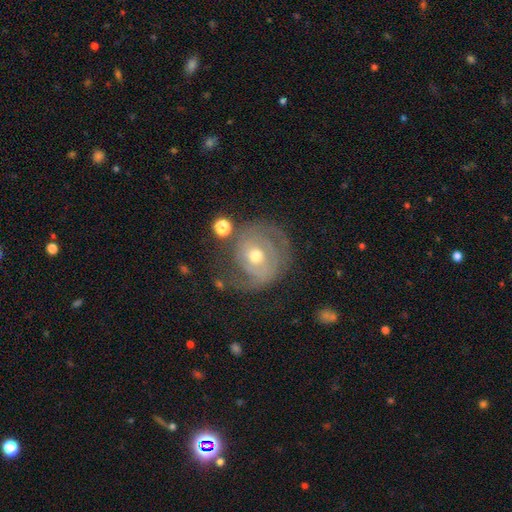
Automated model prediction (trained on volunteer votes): Q: Smooth or featured?
A: featured or disk (77%); runner-up: smooth (16%)
Q: Edge-on disk?
A: no (97%); runner-up: yes (3%)
Q: Bar?
A: no (66%); runner-up: weak (27%)
Q: Spiral arms?
A: yes (85%); runner-up: no (15%)
Q: Spiral winding?
A: tight (61%); runner-up: medium (28%)
Q: Spiral arm count?
A: 2 (49%); runner-up: can't tell (27%)
Q: Bulge size?
A: moderate (67%); runner-up: small (27%)
Q: Merging?
A: none (60%); runner-up: minor disturbance (20%)